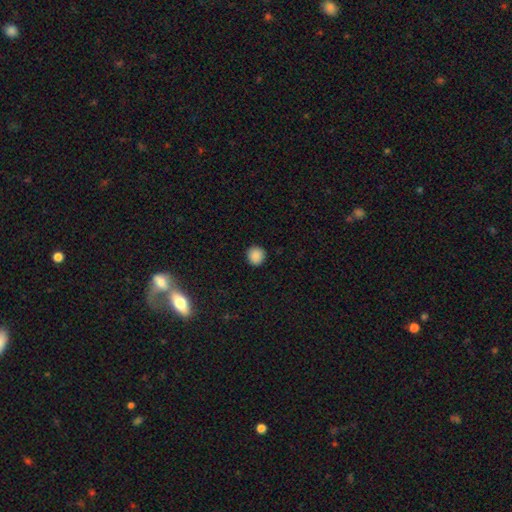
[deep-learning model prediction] smooth 88%, star or artifact 10%, featured or disk 2%. Down the decision tree: how rounded — round (92%); merging — none (92%).